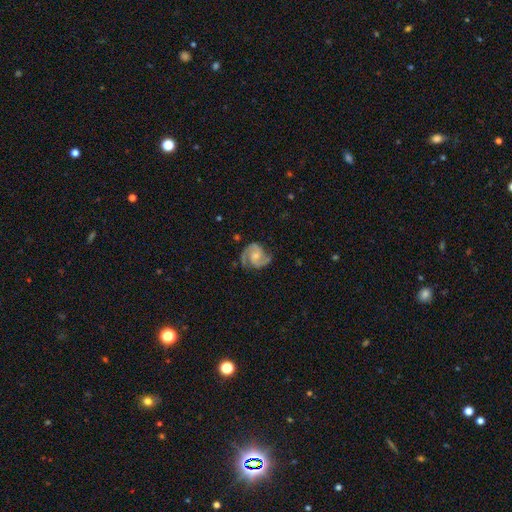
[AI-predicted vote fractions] Overall: featured or disk (89%). Edge-on disk: no (98%). Bar: no (55%; weak 38%). Spiral arms: yes (98%). Spiral arm count: 2 (90%). Spiral winding: medium (55%; tight 32%). Bulge size: small (46%; moderate 44%). Merging: none (74%).